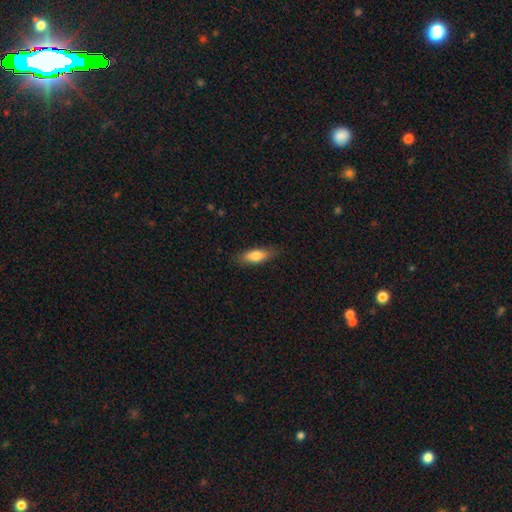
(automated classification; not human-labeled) A smooth galaxy with no disk features (77%) that is in between round and cigar-shaped (63%).

Vote fractions:
- Smooth or featured? smooth: 77% / featured or disk: 17% / star or artifact: 6%
- How rounded? in between: 63% / cigar-shaped: 35% / round: 2%
- Merging? none: 83% / minor disturbance: 13% / major disturbance: 3% / merger: 1%